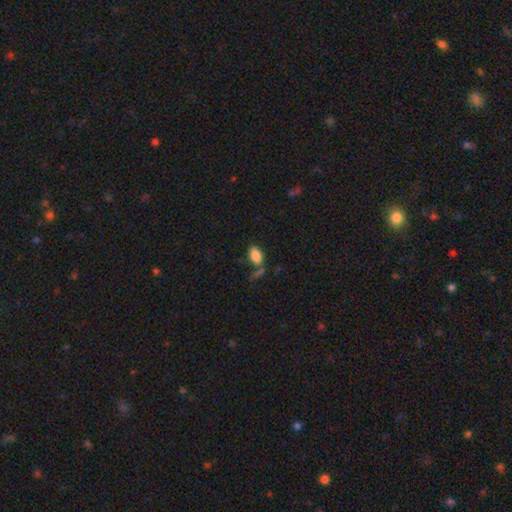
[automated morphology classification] type=smooth (85%); roundness=in between (92%); merging=none (57%).